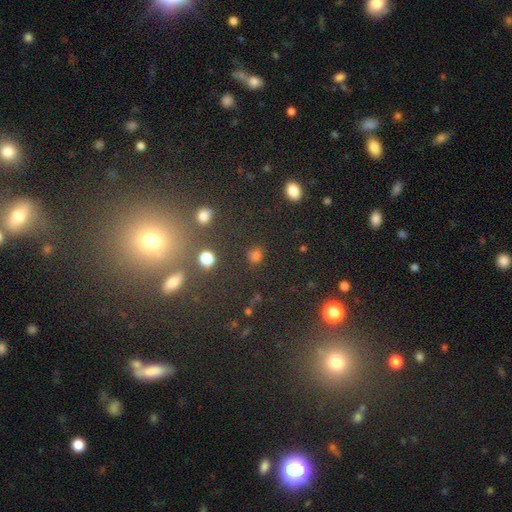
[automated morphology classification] Smooth or featured: smooth — 70% (star or artifact — 23%)
How rounded: round — 77% (in between — 21%)
Merging: none — 81% (minor disturbance — 9%)